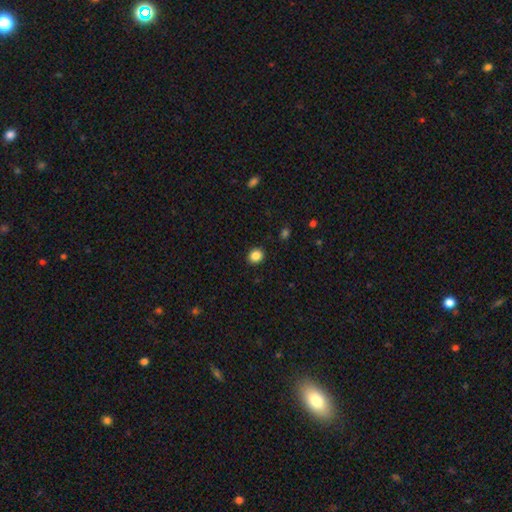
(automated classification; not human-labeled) A smooth galaxy with no disk features (86%) that is round (73%).

Vote fractions:
- Smooth or featured? smooth: 86% / star or artifact: 10% / featured or disk: 3%
- How rounded? round: 73% / in between: 26% / cigar-shaped: 1%
- Merging? none: 91% / minor disturbance: 6% / major disturbance: 2% / merger: 1%